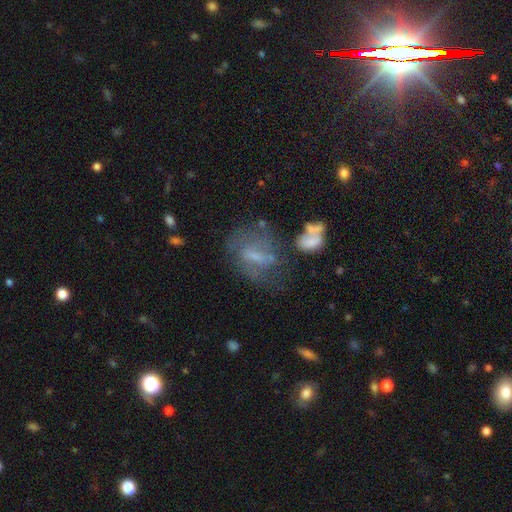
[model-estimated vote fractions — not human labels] The model was most divided on "smooth or featured": featured or disk: 52%, smooth: 35%, star or artifact: 13%. Remaining: edge-on disk — no (93%); merging — none (45%).